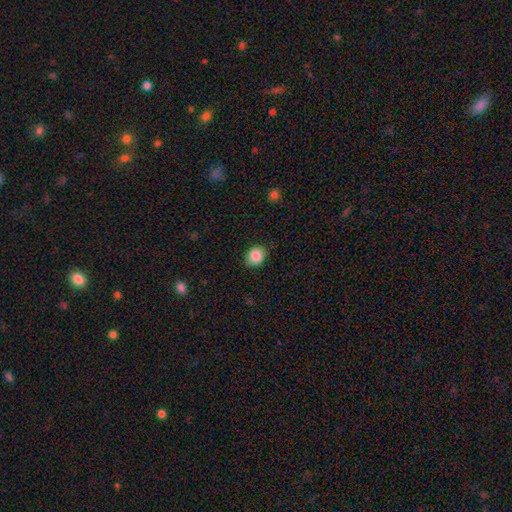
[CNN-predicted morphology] smooth 87%, star or artifact 9%, featured or disk 4%. Down the decision tree: how rounded — round (59%); merging — none (82%).